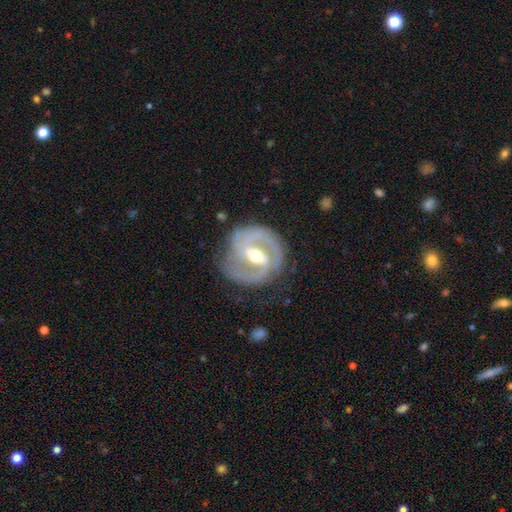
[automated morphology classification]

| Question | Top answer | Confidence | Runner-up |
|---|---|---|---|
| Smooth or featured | featured or disk | 90% | smooth (6%) |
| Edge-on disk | no | 97% | yes (3%) |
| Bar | weak | 44% | strong (43%) |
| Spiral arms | yes | 96% | no (4%) |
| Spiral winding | tight | 48% | medium (42%) |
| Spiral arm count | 2 | 73% | 3 (12%) |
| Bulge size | moderate | 71% | small (23%) |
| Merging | none | 76% | minor disturbance (16%) |